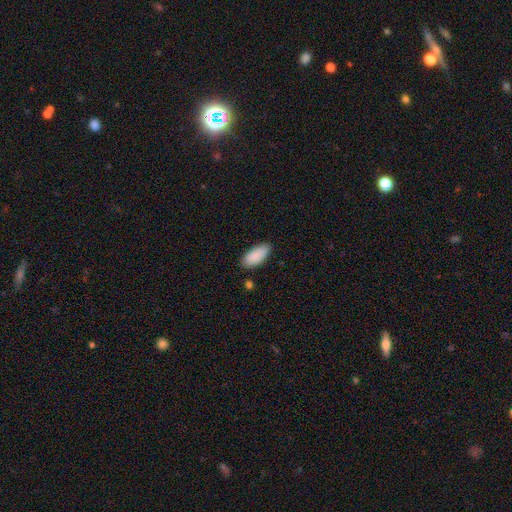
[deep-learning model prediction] A smooth galaxy with no disk features (90%) that is in between round and cigar-shaped (90%). Merging: none (82%).